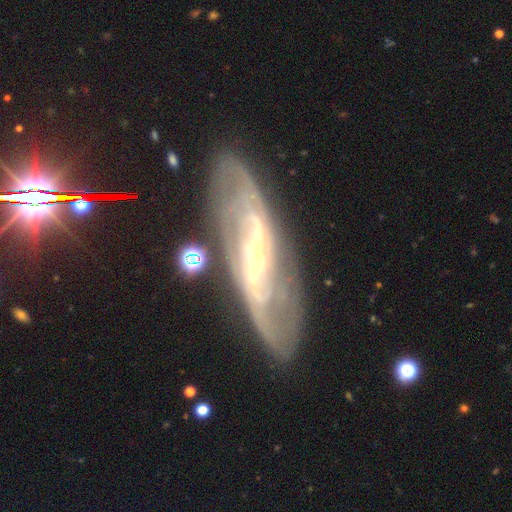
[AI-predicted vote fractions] Smooth or featured? featured or disk (85%)
Edge-on disk? no (84%)
Bar? strong (41%)
Spiral arms? yes (91%)
Spiral winding? medium (40%)
Spiral arm count? 2 (60%)
Bulge size? small (73%)
Merging? none (78%)